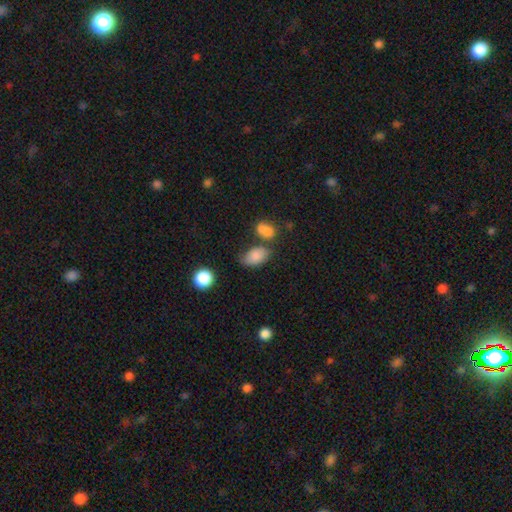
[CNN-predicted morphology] This is clearly a smooth galaxy (83%). How rounded: clearly in between (90%). Merging: possibly none (60%).